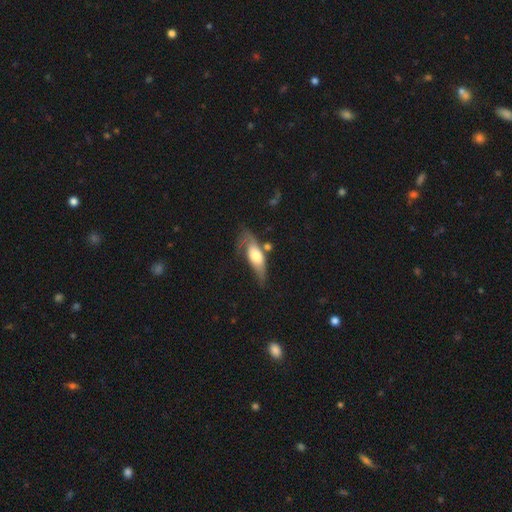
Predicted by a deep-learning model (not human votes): A smooth galaxy with no disk features (51%) that is in between round and cigar-shaped (73%). Merging: none (34%).